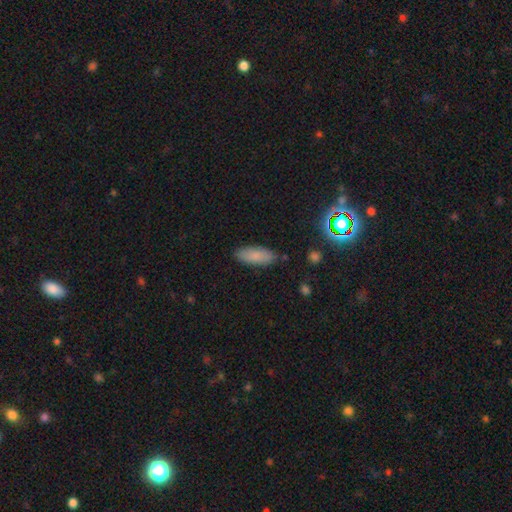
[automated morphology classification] smooth_or_featured: smooth (p=0.81) [alt: featured or disk p=0.10]
how_rounded: in between (p=0.76) [alt: cigar-shaped p=0.22]
merging: none (p=0.85) [alt: minor disturbance p=0.11]